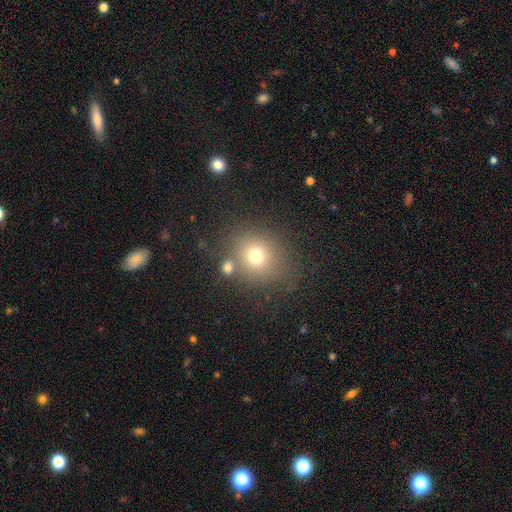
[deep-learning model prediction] A smooth galaxy with no disk features (71%) that is round (78%). Merging: none (68%).